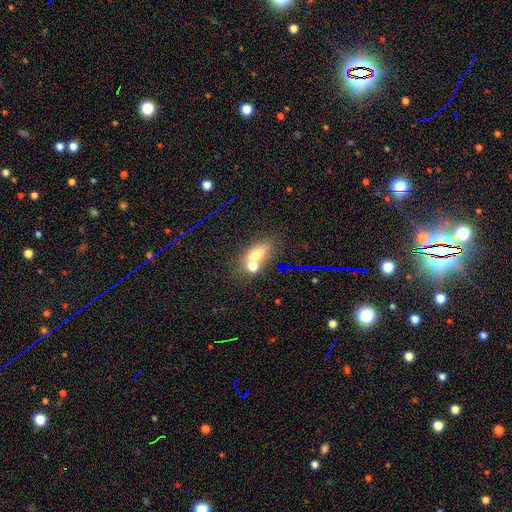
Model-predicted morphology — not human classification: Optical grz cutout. It shows a smooth galaxy with no disk features (62%) that is in between round and cigar-shaped (65%). Merging: merger (48%).